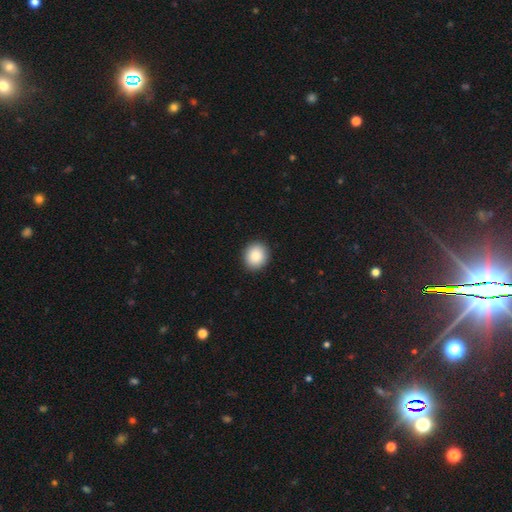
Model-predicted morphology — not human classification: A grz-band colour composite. It shows a smooth galaxy with no disk features (88%) that is round (79%). Merging: none (92%).